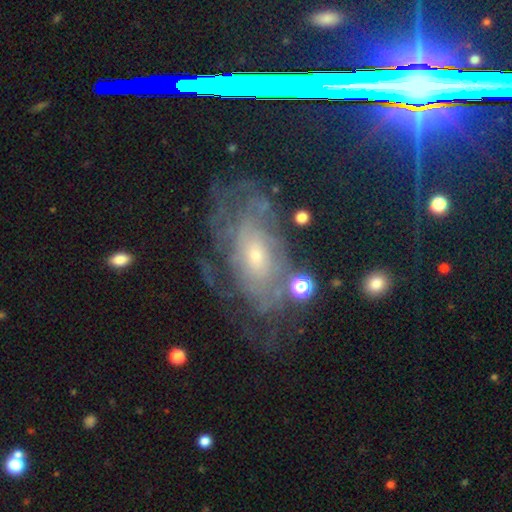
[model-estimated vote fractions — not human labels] Smooth or featured? Predicted: featured or disk (p=0.67). Edge-on disk? Predicted: no (p=0.88). Bar? Predicted: no (p=0.67). Spiral arms? Predicted: yes (p=0.82). Bulge size? Predicted: small (p=0.61). Merging? Predicted: none (p=0.67).